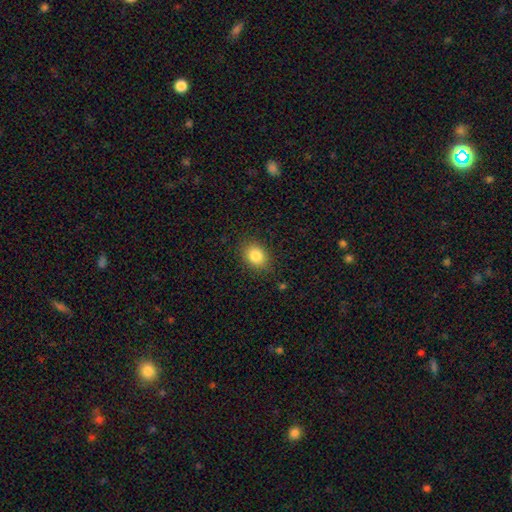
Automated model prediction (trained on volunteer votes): Smooth or featured?
  - smooth: 84% *
  - star or artifact: 10%
  - featured or disk: 6%
How rounded?
  - in between: 52% *
  - round: 48%
  - cigar-shaped: 1%
Merging?
  - none: 86% *
  - minor disturbance: 10%
  - major disturbance: 3%
  - merger: 1%